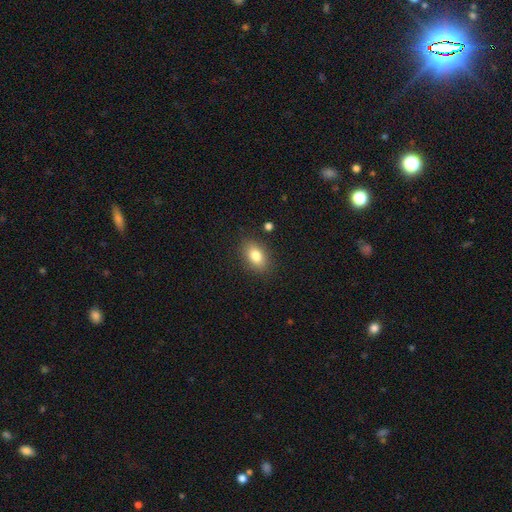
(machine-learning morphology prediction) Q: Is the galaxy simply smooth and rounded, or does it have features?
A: smooth — 81%.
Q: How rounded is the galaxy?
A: in between — 85%.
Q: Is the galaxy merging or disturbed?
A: none — 86%.